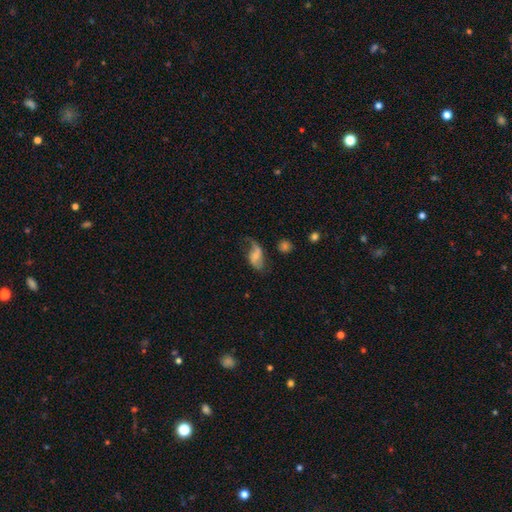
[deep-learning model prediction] smooth-or-featured: featured or disk: 63% | smooth: 29% | star or artifact: 8%
  disk-edge-on: no: 96% | yes: 4%
    bar: no: 48% | weak: 38% | strong: 13%
    has-spiral-arms: yes: 87% | no: 13%
      spiral-winding: loose: 73% | medium: 20% | tight: 6%
      spiral-arm-count: 2: 78% | 1: 14% | can't tell: 6% | 3: 1% | 4: 1% | more than 4: 1%
    bulge-size: small: 50% | moderate: 32% | none: 13% | large: 3% | dominant: 1%
  merging: none: 47% | minor disturbance: 28% | major disturbance: 21% | merger: 4%